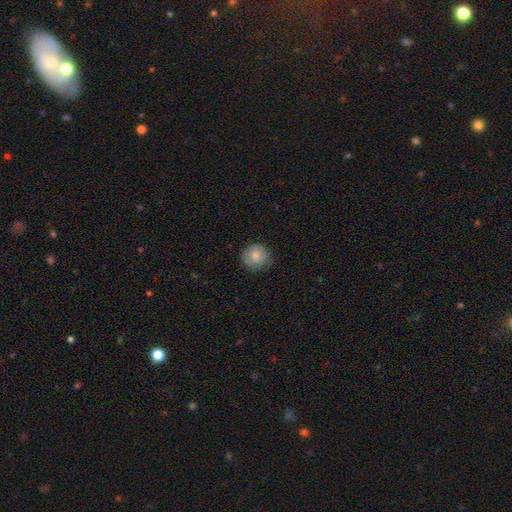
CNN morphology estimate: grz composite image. It shows a smooth galaxy with no disk features (80%) that is round (90%). Merging: none (84%).